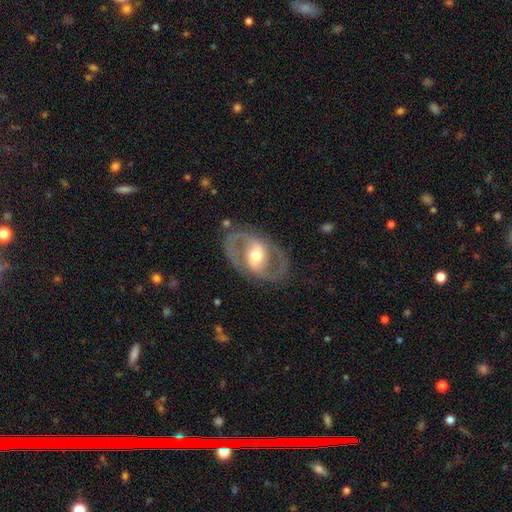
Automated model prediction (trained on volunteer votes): featured or disk 82%, smooth 13%, star or artifact 5%. Down the decision tree: edge-on disk — no (95%); bar — weak (38%); spiral arms — yes (75%); spiral arm count — 2 (89%); spiral winding — medium (53%); bulge size — moderate (70%); merging — none (80%).